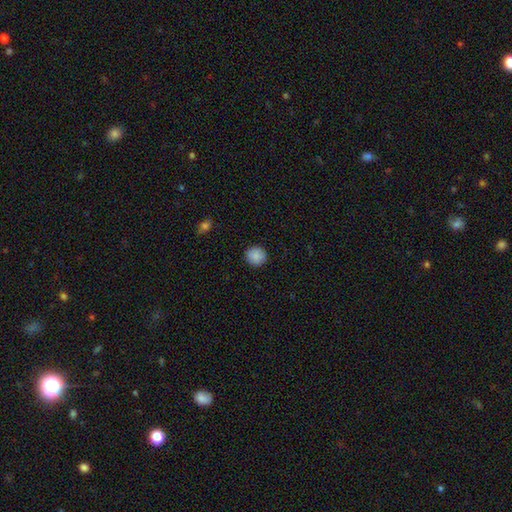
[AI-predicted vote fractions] This is clearly a smooth galaxy (89%). How rounded: clearly round (92%). Merging: clearly none (90%).